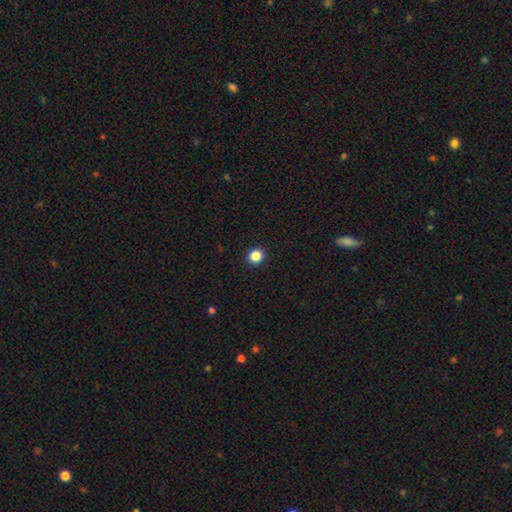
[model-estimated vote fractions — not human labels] A smooth galaxy with no disk features (86%) that is round (86%).

Vote fractions:
- Smooth or featured? smooth: 86% / star or artifact: 11% / featured or disk: 3%
- How rounded? round: 86% / in between: 13% / cigar-shaped: 1%
- Merging? none: 93% / minor disturbance: 5% / major disturbance: 2% / merger: 1%